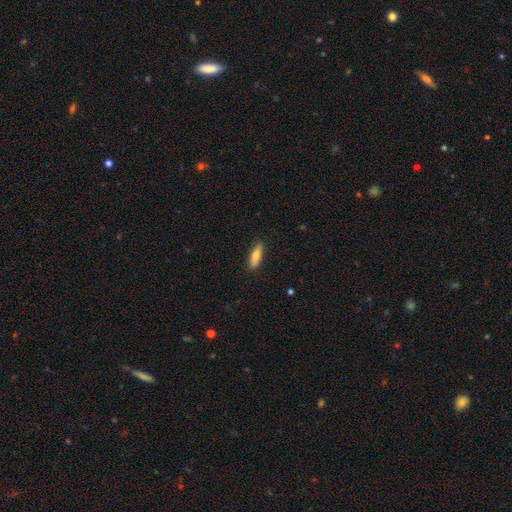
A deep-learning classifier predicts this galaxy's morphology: This is likely a smooth galaxy (75%). How rounded: possibly cigar-shaped (56%). Merging: clearly none (88%).